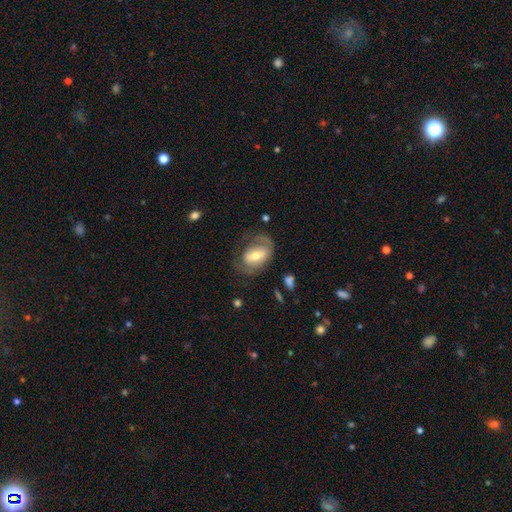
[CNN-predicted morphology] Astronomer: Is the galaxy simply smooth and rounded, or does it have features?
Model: featured or disk — 54% (runner-up: smooth, 39%).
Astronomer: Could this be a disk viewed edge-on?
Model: no — 93%.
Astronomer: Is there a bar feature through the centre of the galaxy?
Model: no — 36%, tied with weak at 36%.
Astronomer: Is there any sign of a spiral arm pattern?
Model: yes — 60% (runner-up: no, 40%).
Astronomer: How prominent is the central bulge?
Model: moderate — 59%.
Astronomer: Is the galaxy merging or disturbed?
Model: none — 51%.